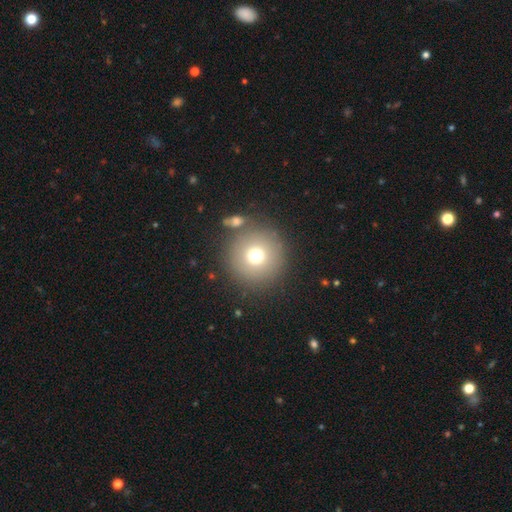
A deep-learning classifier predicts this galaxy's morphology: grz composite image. It shows a smooth galaxy with no disk features (70%) that is round (96%). Merging: none (83%).